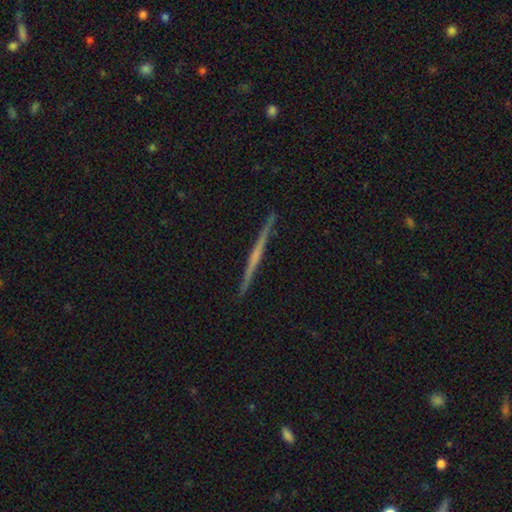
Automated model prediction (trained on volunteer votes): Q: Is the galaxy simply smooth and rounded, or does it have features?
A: featured or disk — 69%.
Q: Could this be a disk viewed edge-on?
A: yes — 98%.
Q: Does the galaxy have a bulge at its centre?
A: none — 75%.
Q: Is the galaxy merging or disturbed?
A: none — 92%.